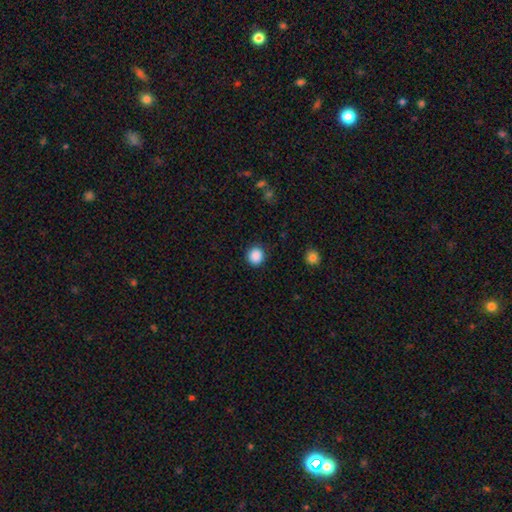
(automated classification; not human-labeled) Overall: smooth (88%). How rounded: round (86%). Merging: none (89%).